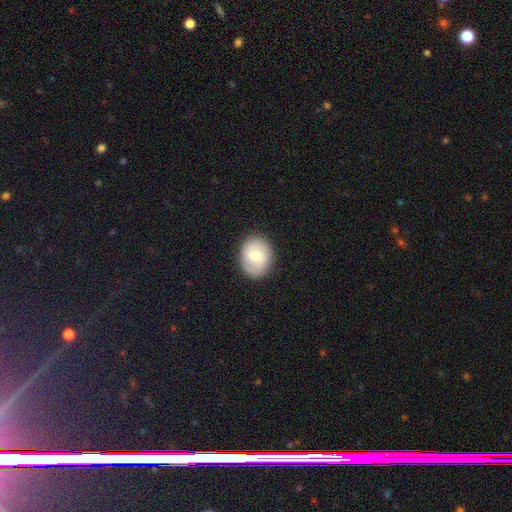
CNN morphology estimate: smooth 52%, featured or disk 41%, star or artifact 7%. Down the decision tree: how rounded — round (51%); merging — none (86%).